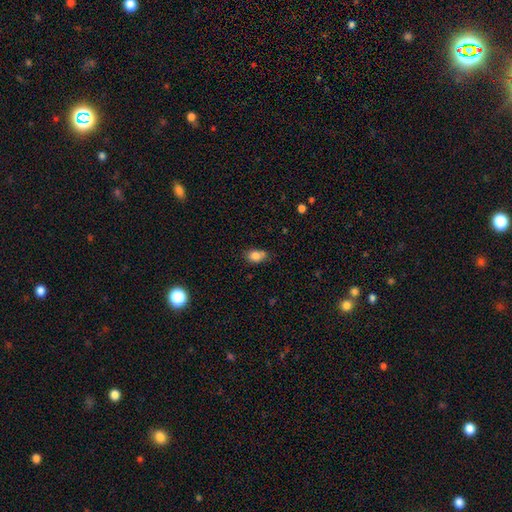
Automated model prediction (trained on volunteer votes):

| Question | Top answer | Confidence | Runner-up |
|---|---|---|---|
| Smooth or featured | smooth | 82% | star or artifact (10%) |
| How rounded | in between | 74% | round (24%) |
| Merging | none | 57% | minor disturbance (27%) |